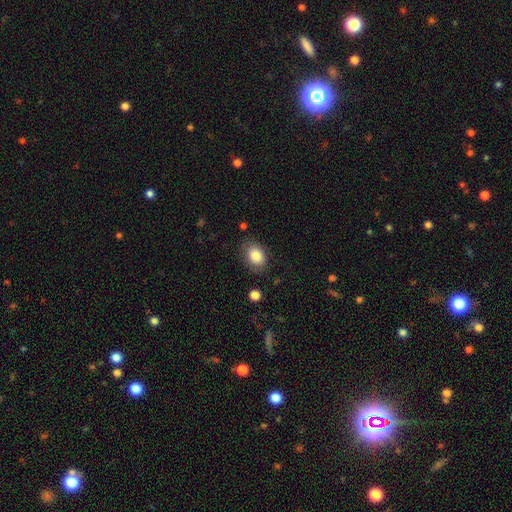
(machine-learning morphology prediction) smooth 85%, star or artifact 8%, featured or disk 7%. Down the decision tree: how rounded — in between (72%); merging — none (79%).